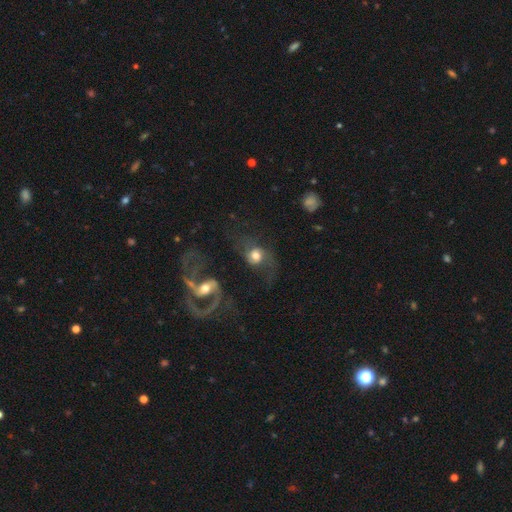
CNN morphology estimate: smooth-or-featured: featured or disk: 48% | smooth: 41% | star or artifact: 10%
  merging: none: 38% | major disturbance: 31% | merger: 16% | minor disturbance: 16%